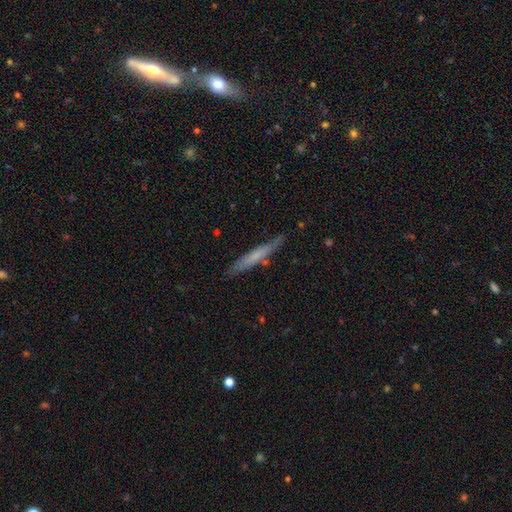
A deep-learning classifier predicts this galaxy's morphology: This appears to be a smooth galaxy with no disk features (54%) that is cigar-shaped (95%). Merging: none (82%).